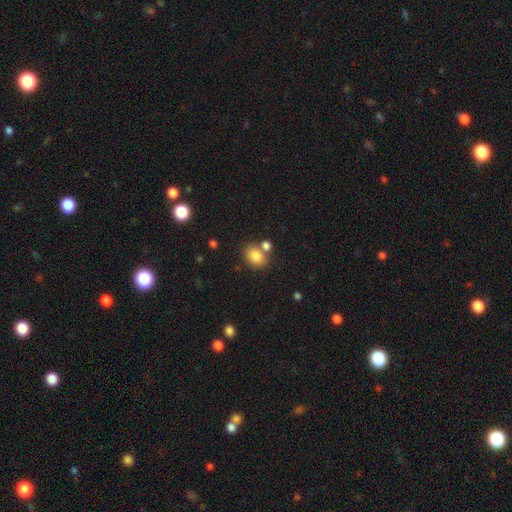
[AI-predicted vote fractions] Overall: smooth (83%). How rounded: in between (63%; round 36%). Merging: none (64%).